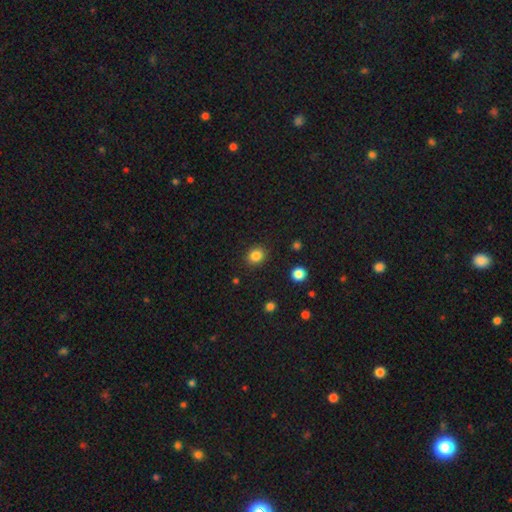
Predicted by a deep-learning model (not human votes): Smooth or featured? Predicted: smooth (p=0.84). How rounded? Predicted: round (p=0.69). Merging? Predicted: none (p=0.88).